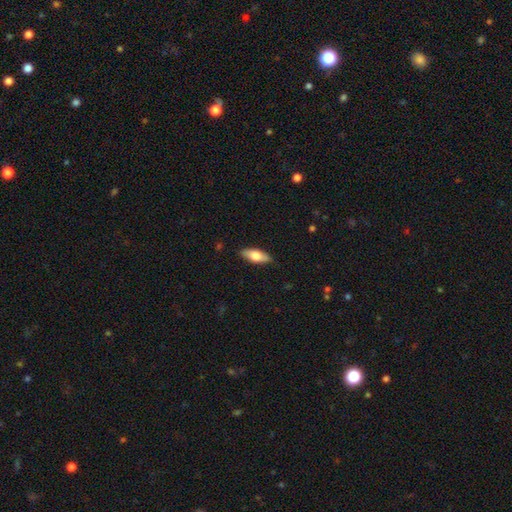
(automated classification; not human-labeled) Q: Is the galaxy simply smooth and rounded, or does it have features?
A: smooth — 67%.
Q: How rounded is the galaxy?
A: in between — 74%.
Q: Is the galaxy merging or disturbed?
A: none — 85%.